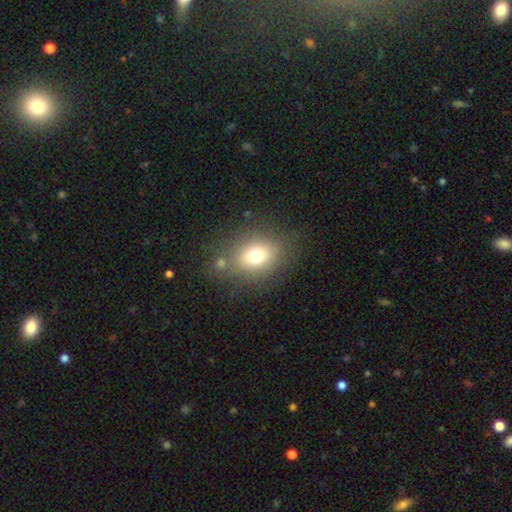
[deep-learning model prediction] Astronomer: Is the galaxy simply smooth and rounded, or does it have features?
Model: smooth — 72%.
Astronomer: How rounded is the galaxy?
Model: round — 52% (runner-up: in between, 46%).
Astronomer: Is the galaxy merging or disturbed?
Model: none — 71%.